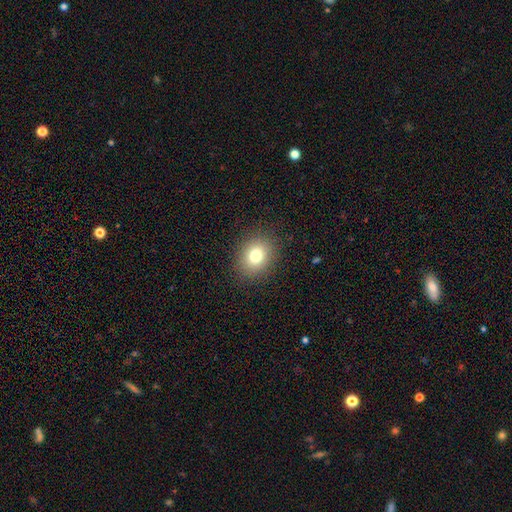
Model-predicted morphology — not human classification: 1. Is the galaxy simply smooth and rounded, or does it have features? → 77% smooth, 13% star or artifact, 10% featured or disk.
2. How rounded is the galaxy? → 58% round, 42% in between, 1% cigar-shaped.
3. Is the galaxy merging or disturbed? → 89% none, 7% minor disturbance, 3% major disturbance, 1% merger.